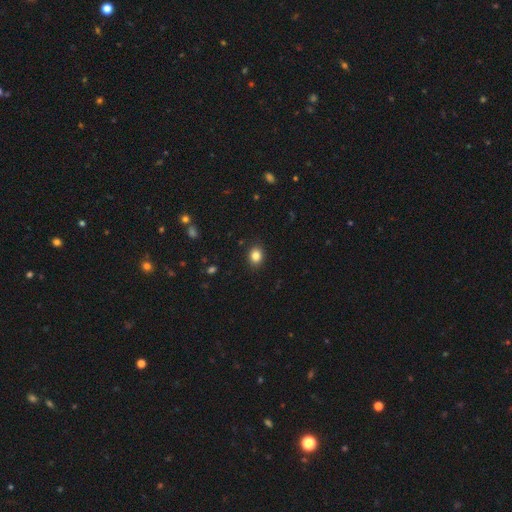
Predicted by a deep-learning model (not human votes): Smooth or featured: smooth — 84% (star or artifact — 10%)
How rounded: round — 51% (in between — 48%)
Merging: none — 90% (minor disturbance — 7%)